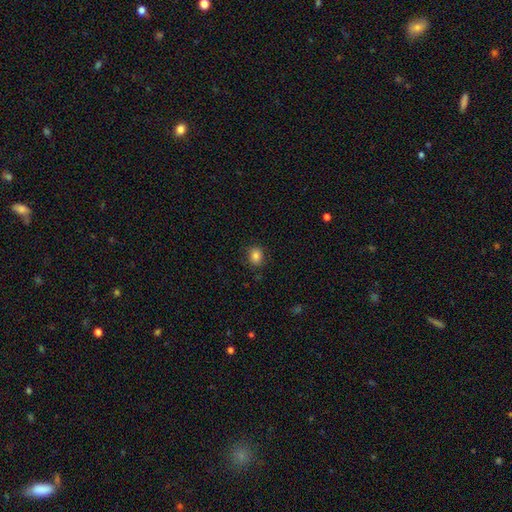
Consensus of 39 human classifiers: smooth 87%, featured or disk 8%, star or artifact 5%. Down the decision tree: how rounded — in between (53%); merging — none (84%).